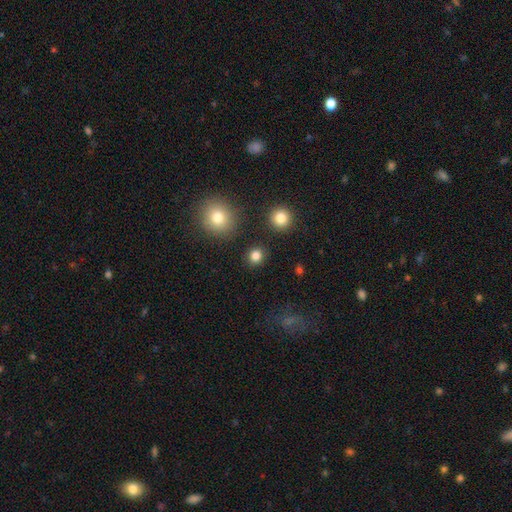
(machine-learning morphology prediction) Q: Smooth or featured?
A: smooth (83%); runner-up: star or artifact (13%)
Q: How rounded?
A: round (82%); runner-up: in between (17%)
Q: Merging?
A: none (88%); runner-up: minor disturbance (6%)